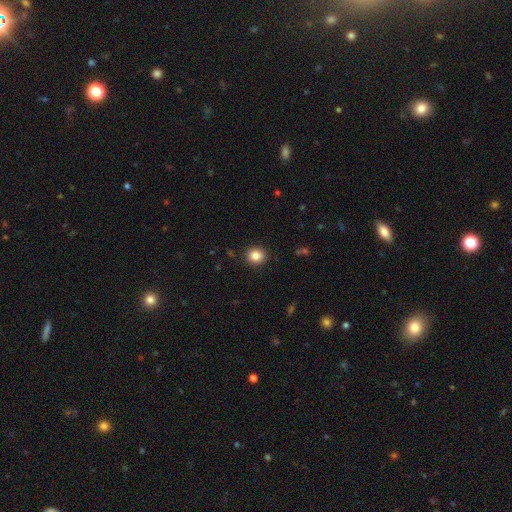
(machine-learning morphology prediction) smooth-or-featured: smooth: 84% | star or artifact: 11% | featured or disk: 5%
  how-rounded: round: 83% | in between: 16% | cigar-shaped: 1%
  merging: none: 91% | minor disturbance: 6% | major disturbance: 2% | merger: 1%